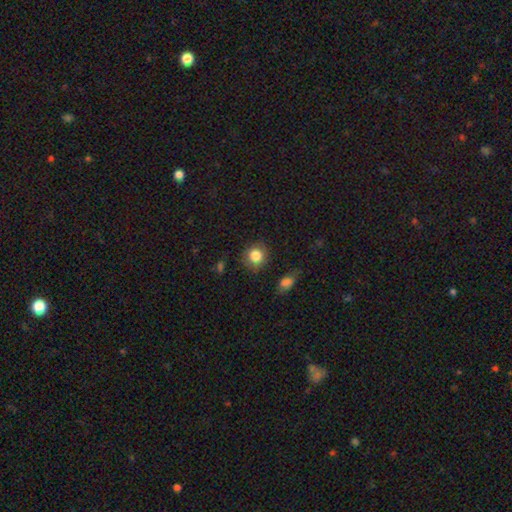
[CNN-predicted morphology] A smooth galaxy with no disk features (83%) that is round (81%).

Vote fractions:
- Smooth or featured? smooth: 83% / star or artifact: 9% / featured or disk: 8%
- How rounded? round: 81% / in between: 17% / cigar-shaped: 1%
- Merging? none: 77% / minor disturbance: 16% / major disturbance: 4% / merger: 2%